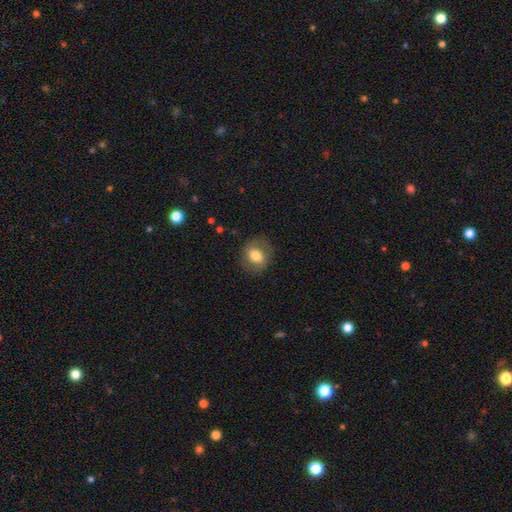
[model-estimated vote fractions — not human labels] smooth_or_featured: smooth (p=0.68) [alt: featured or disk p=0.24]
how_rounded: round (p=0.55) [alt: in between p=0.44]
merging: none (p=0.81) [alt: minor disturbance p=0.13]